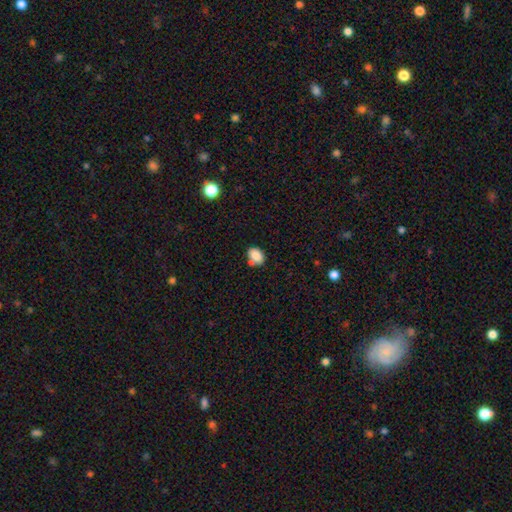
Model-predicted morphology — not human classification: Smooth or featured?
  - smooth: 84% *
  - star or artifact: 8%
  - featured or disk: 7%
How rounded?
  - in between: 76% *
  - round: 23%
  - cigar-shaped: 1%
Merging?
  - none: 59% *
  - merger: 19%
  - minor disturbance: 17%
  - major disturbance: 4%